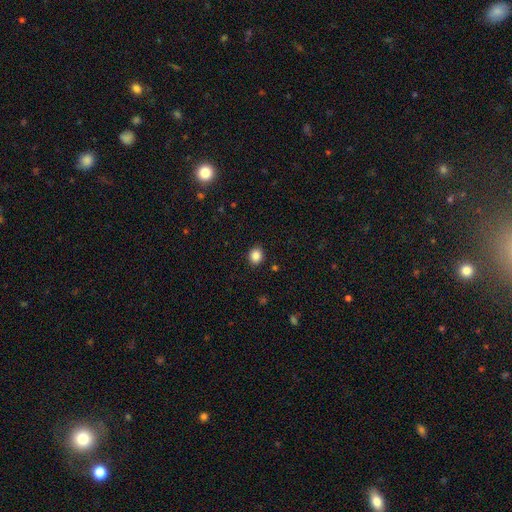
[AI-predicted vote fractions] Overall: smooth (86%). How rounded: round (68%; in between 31%). Merging: none (91%).